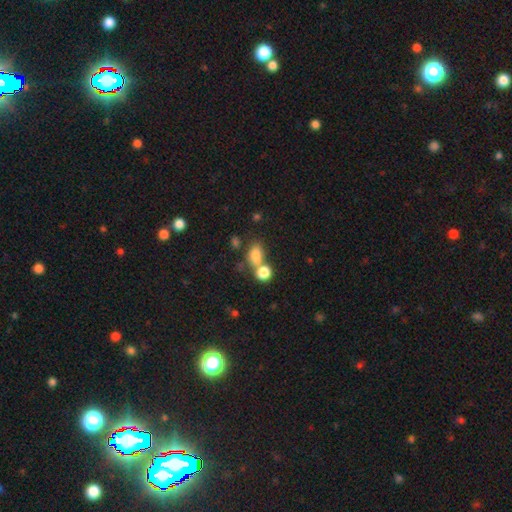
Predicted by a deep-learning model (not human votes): Morphology: type=smooth (79%); roundness=in between (74%); merging=none (43%).